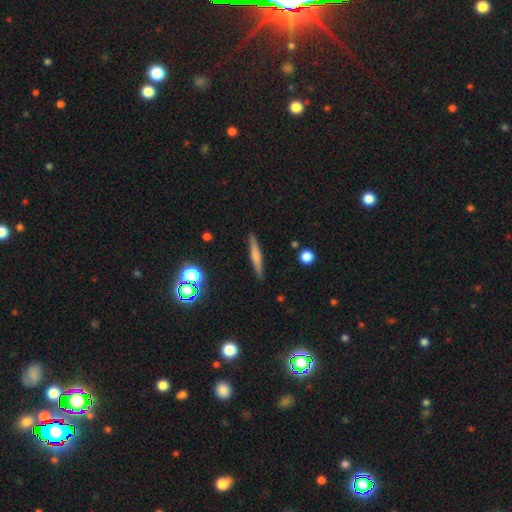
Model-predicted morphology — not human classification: smooth_or_featured: smooth (p=0.53) [alt: featured or disk p=0.39]
how_rounded: cigar-shaped (p=0.92) [alt: in between p=0.06]
merging: none (p=0.90) [alt: minor disturbance p=0.07]